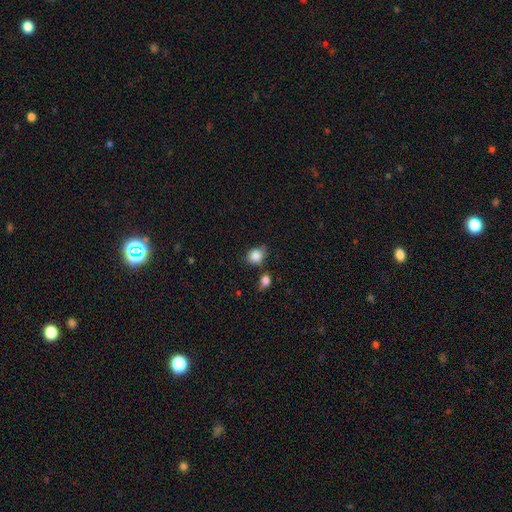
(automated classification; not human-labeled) A smooth galaxy with no disk features (85%) that is round (61%). Merging: none (62%).